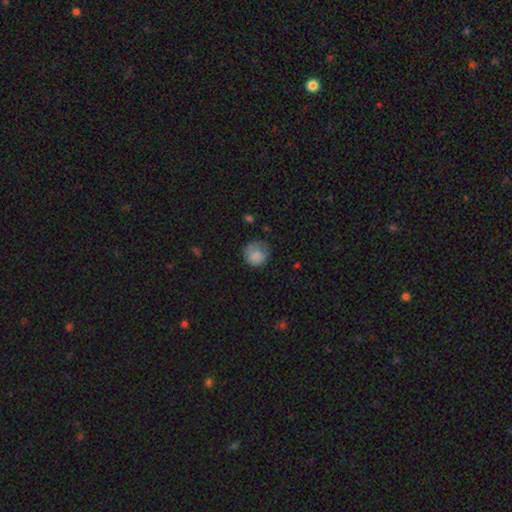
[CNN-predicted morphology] Smooth or featured? smooth (83%)
How rounded? round (87%)
Merging? none (61%)